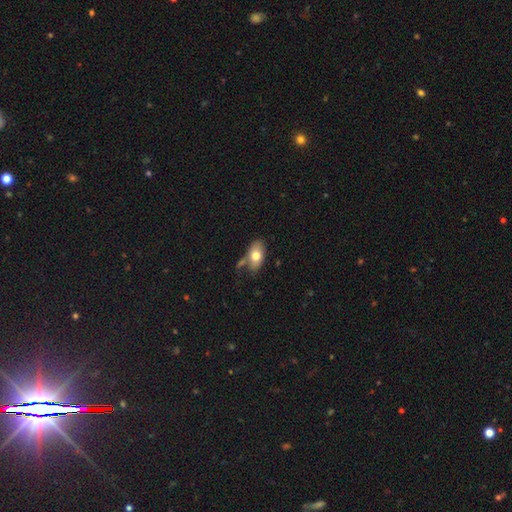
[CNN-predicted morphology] The model was most divided on "merging": none: 51%, minor disturbance: 23%, merger: 16%, major disturbance: 10%. More confident: how rounded — in between (90%); smooth or featured — smooth (72%).